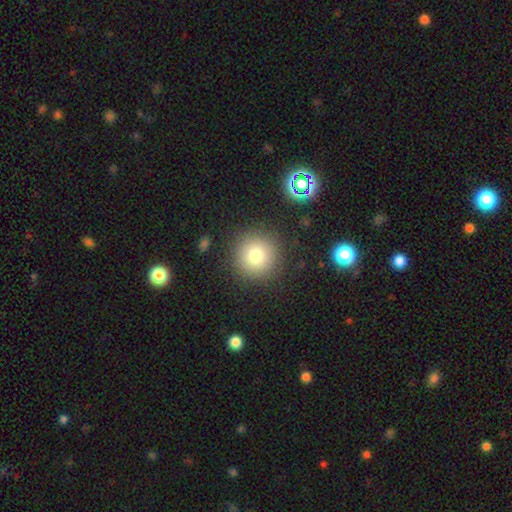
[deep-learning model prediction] The model was most divided on "smooth or featured": smooth: 77%, star or artifact: 13%, featured or disk: 10%. More confident: how rounded — round (95%); merging — none (88%).